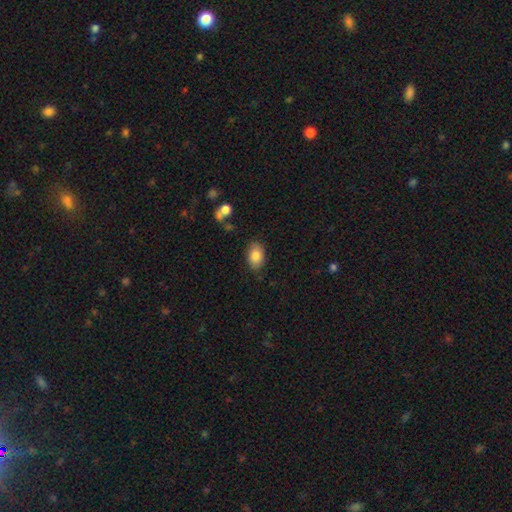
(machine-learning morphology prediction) A smooth galaxy with no disk features (84%) that is in between round and cigar-shaped (89%).

Vote fractions:
- Smooth or featured? smooth: 84% / featured or disk: 8% / star or artifact: 8%
- How rounded? in between: 89% / round: 10% / cigar-shaped: 1%
- Merging? none: 84% / minor disturbance: 12% / major disturbance: 3% / merger: 2%